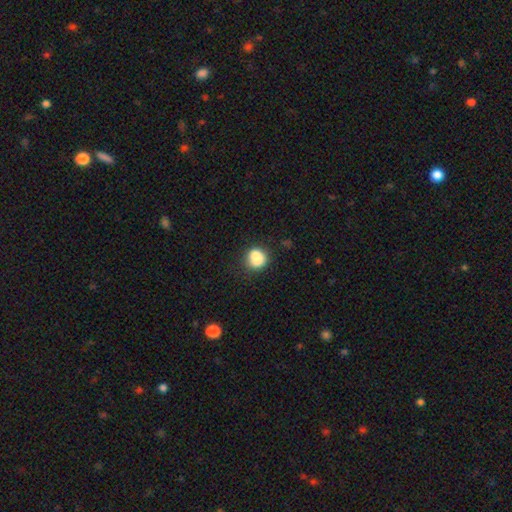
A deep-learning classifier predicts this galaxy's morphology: This appears to be a smooth galaxy with no disk features (78%) that is round (80%). Merging: none (52%).